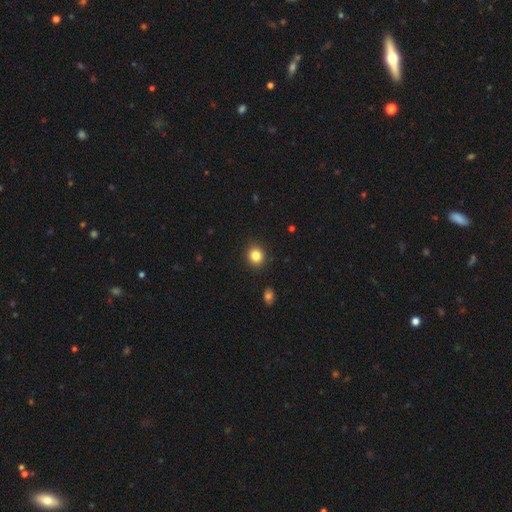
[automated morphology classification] Overall: smooth (84%). How rounded: round (79%). Merging: none (90%).